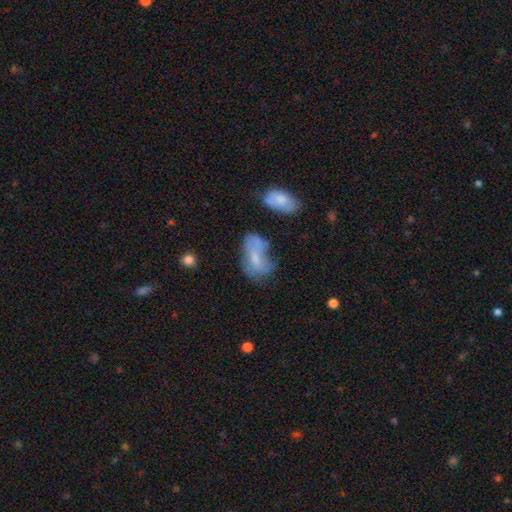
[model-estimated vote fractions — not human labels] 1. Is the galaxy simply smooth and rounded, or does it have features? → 45% smooth, 43% featured or disk, 12% star or artifact.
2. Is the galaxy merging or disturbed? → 33% none, 27% major disturbance, 26% minor disturbance, 14% merger.